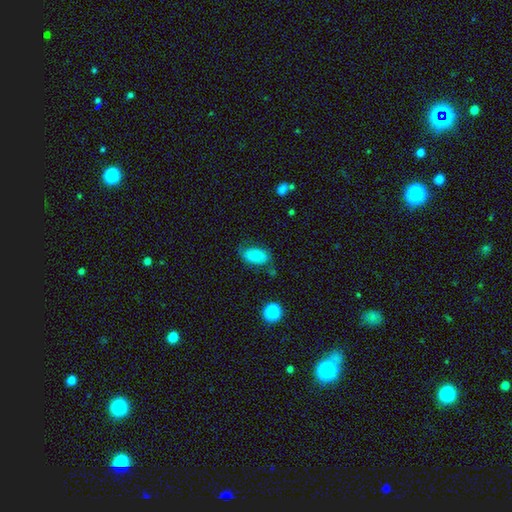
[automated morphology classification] This is likely a smooth galaxy (75%). How rounded: clearly in between (92%). Merging: likely none (62%).